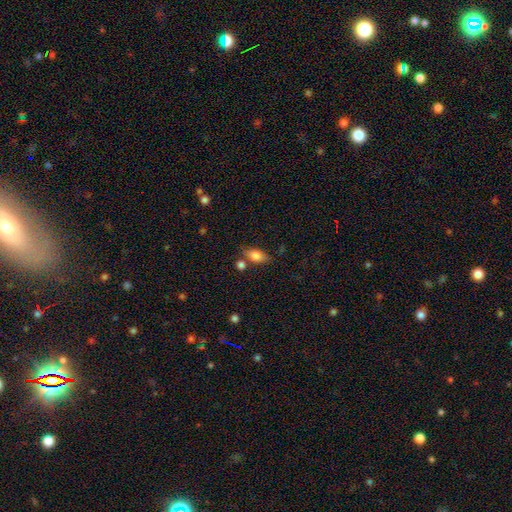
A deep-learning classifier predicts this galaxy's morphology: smooth_or_featured: smooth (p=0.81) [alt: featured or disk p=0.10]
how_rounded: in between (p=0.87) [alt: round p=0.08]
merging: none (p=0.65) [alt: minor disturbance p=0.16]